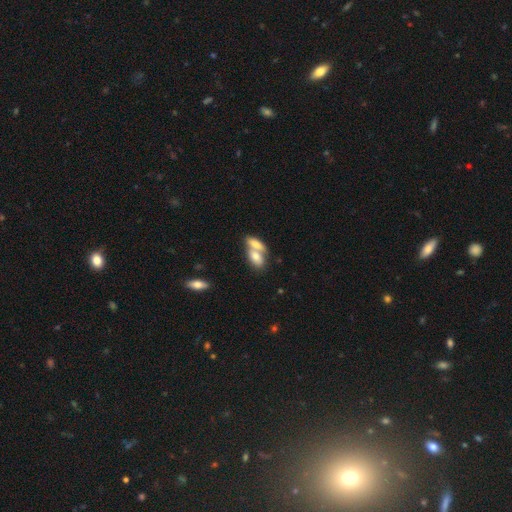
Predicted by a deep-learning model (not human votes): This is likely a smooth galaxy (75%). How rounded: clearly in between (85%). Merging: likely merger (66%).